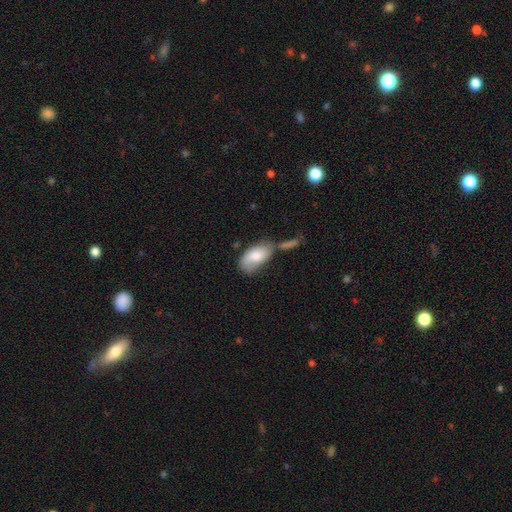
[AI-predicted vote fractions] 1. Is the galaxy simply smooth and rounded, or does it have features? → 71% smooth, 22% featured or disk, 6% star or artifact.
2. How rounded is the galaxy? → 93% in between, 4% round, 3% cigar-shaped.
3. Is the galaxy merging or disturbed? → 35% none, 25% merger, 25% minor disturbance, 15% major disturbance.